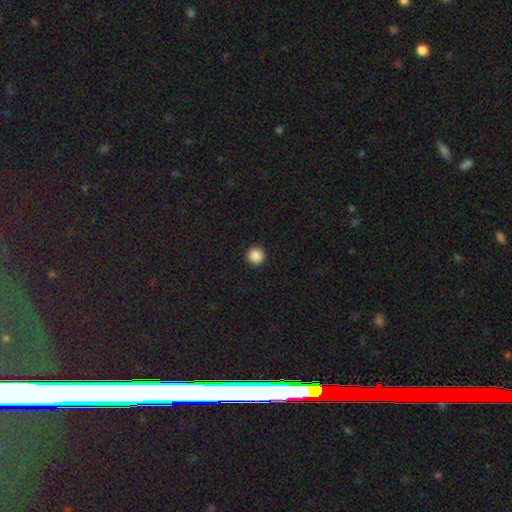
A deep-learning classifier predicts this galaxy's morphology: A smooth galaxy with no disk features (87%) that is round (96%).

Vote fractions:
- Smooth or featured? smooth: 87% / star or artifact: 10% / featured or disk: 3%
- How rounded? round: 96% / in between: 3% / cigar-shaped: 1%
- Merging? none: 93% / minor disturbance: 4% / major disturbance: 2% / merger: 1%